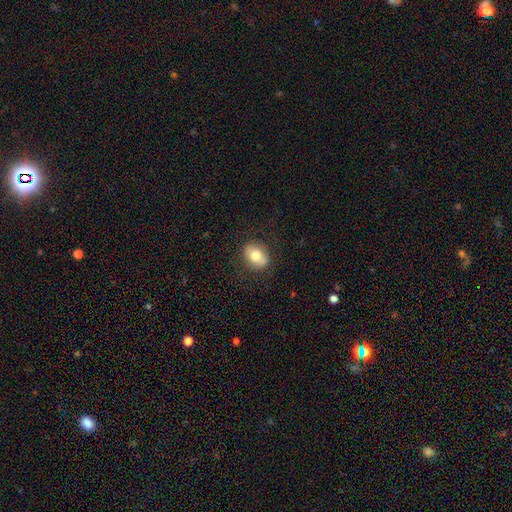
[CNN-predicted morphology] Smooth or featured: smooth — 70% (featured or disk — 22%)
How rounded: in between — 54% (round — 44%)
Merging: none — 82% (minor disturbance — 13%)